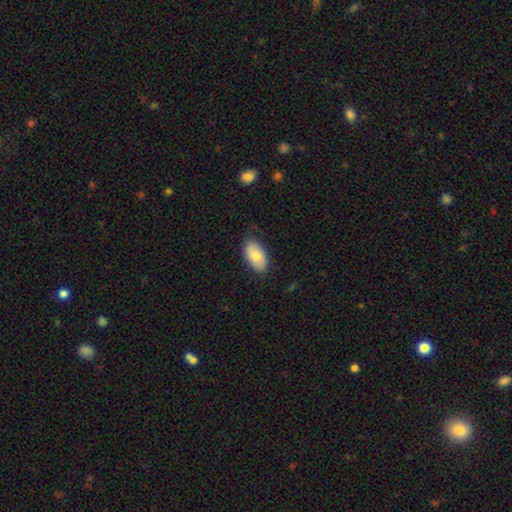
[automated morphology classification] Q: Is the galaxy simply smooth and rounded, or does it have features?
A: smooth — 79%.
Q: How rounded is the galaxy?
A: in between — 95%.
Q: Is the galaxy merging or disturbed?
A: none — 79%.